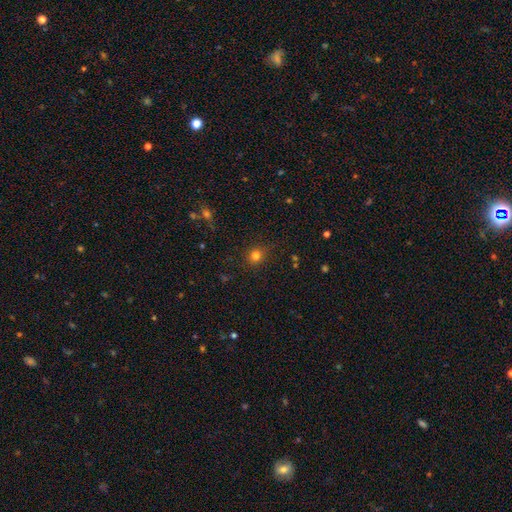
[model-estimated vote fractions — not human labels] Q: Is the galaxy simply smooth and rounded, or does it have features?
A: smooth — 79%.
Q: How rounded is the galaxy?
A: round — 87%.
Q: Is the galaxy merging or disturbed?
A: none — 88%.